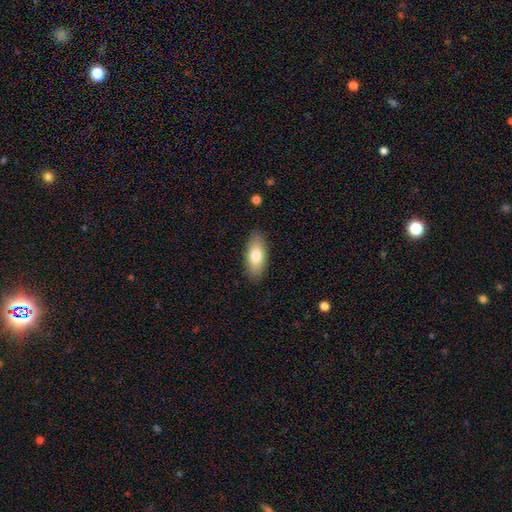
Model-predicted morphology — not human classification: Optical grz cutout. It shows a smooth galaxy with no disk features (76%) that is in between round and cigar-shaped (84%). Merging: none (87%).